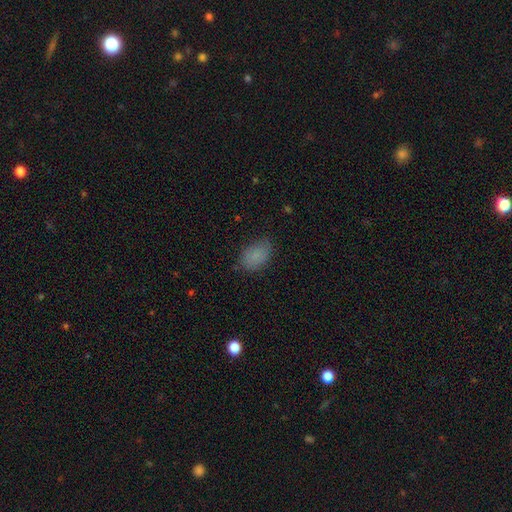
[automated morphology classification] Smooth or featured? smooth (84%)
How rounded? in between (88%)
Merging? none (76%)